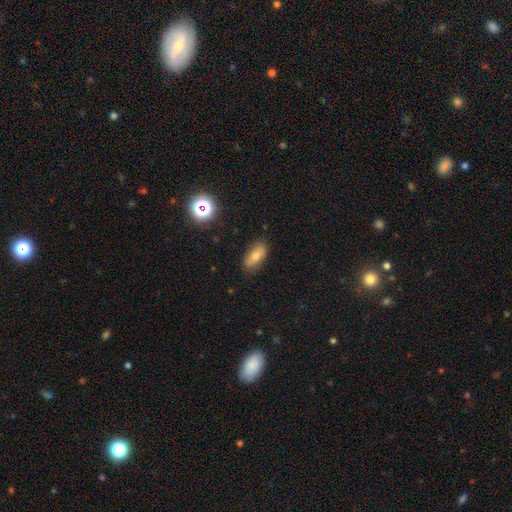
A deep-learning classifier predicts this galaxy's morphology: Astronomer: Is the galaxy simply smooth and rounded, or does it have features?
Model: smooth — 66%.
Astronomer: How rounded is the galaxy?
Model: in between — 82%.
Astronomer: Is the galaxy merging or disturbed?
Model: none — 83%.